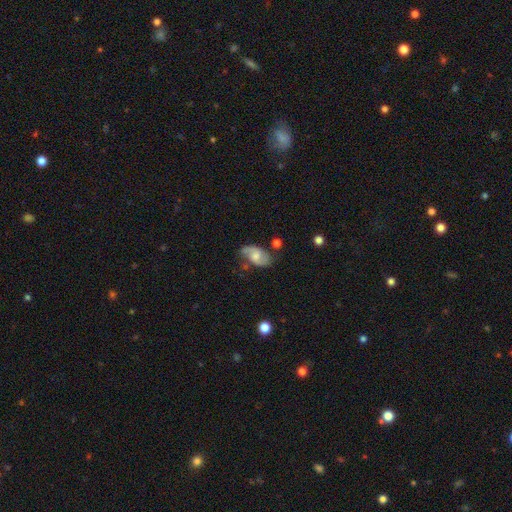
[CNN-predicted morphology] Smooth or featured: featured or disk — 59% (smooth — 33%)
Edge-on disk: no — 95% (yes — 5%)
Bar: no — 56% (weak — 37%)
Spiral arms: yes — 87% (no — 13%)
Bulge size: moderate — 48% (small — 39%)
Merging: none — 61% (minor disturbance — 25%)